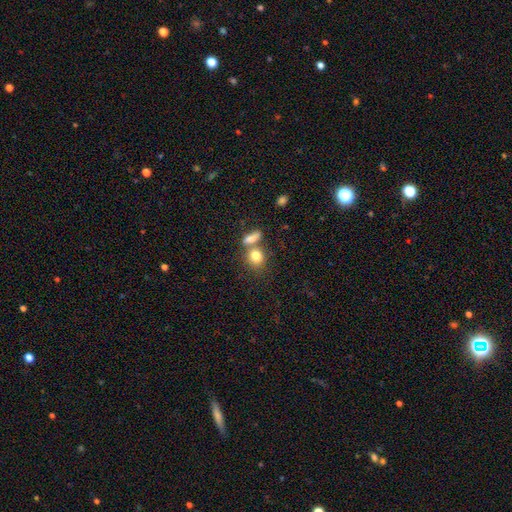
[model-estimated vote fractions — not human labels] This is clearly a smooth galaxy (80%). How rounded: likely round (63%). Merging: possibly none (49%).